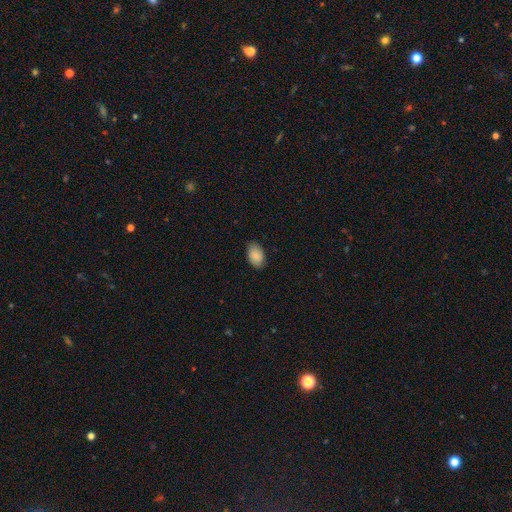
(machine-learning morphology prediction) type=smooth (87%); roundness=in between (88%); merging=none (82%).